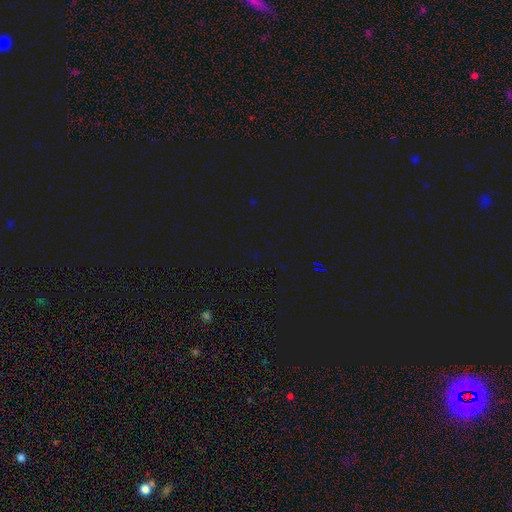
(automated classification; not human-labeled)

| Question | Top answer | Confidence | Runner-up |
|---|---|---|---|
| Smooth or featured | star or artifact | 76% | smooth (18%) |